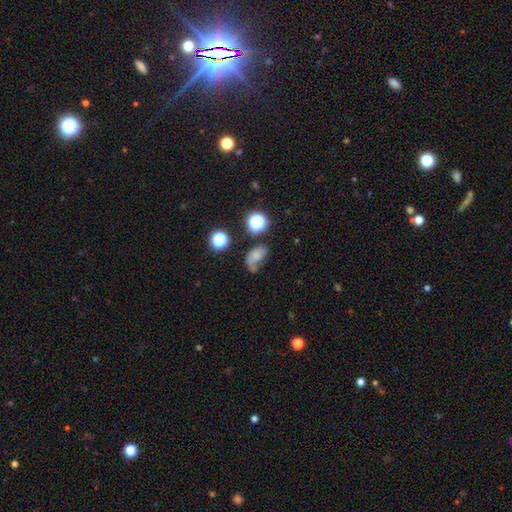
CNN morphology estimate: A smooth galaxy with no disk features (55%) that is in between round and cigar-shaped (78%).

Vote fractions:
- Smooth or featured? smooth: 55% / featured or disk: 28% / star or artifact: 17%
- How rounded? in between: 78% / round: 20% / cigar-shaped: 2%
- Merging? none: 34% / minor disturbance: 26% / major disturbance: 26% / merger: 14%